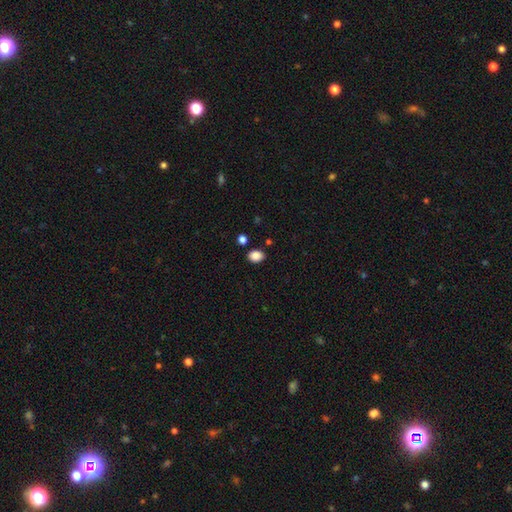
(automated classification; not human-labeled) Smooth or featured? Predicted: smooth (p=0.88). How rounded? Predicted: in between (p=0.69). Merging? Predicted: none (p=0.85).